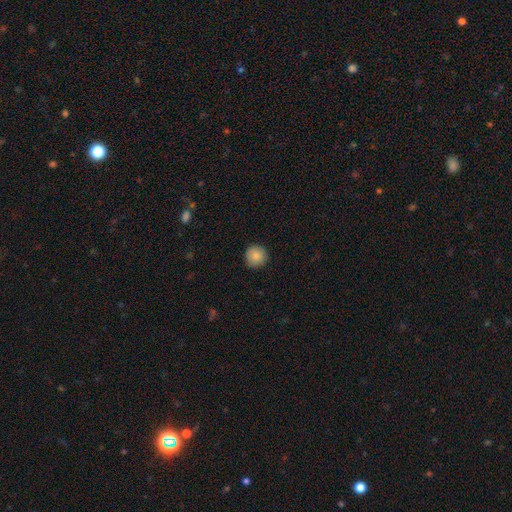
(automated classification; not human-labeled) Morphology: type=smooth (87%); roundness=round (95%); merging=none (90%).